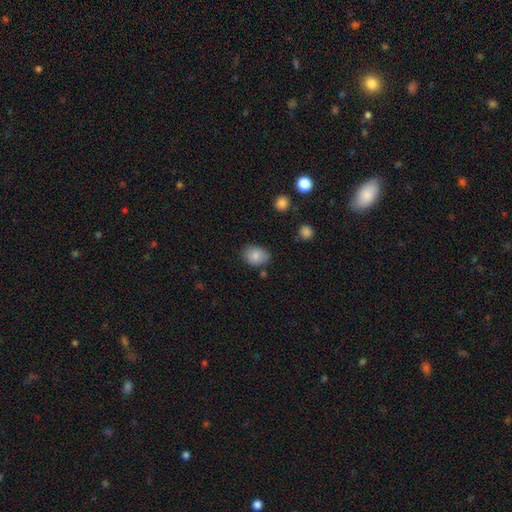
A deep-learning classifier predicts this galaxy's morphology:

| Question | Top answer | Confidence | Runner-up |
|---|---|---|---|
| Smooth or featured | smooth | 84% | star or artifact (8%) |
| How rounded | in between | 67% | round (32%) |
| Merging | none | 76% | minor disturbance (17%) |